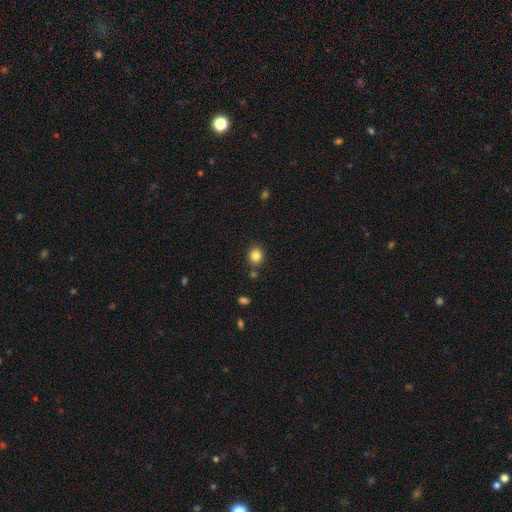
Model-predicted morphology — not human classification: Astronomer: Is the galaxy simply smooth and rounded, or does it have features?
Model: smooth — 84%.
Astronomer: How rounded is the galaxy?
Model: round — 76%.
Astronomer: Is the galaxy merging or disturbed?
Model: none — 83%.